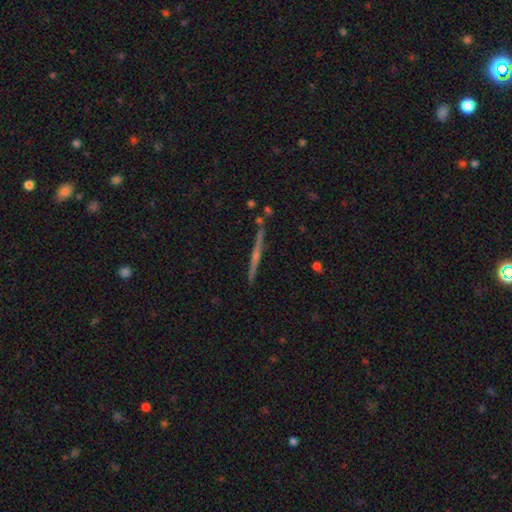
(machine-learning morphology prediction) smooth-or-featured: featured or disk: 73% | smooth: 18% | star or artifact: 8%
  disk-edge-on: yes: 98% | no: 2%
    edge-on-bulge: rounded: 56% | none: 36% | boxy: 8%
  merging: none: 89% | minor disturbance: 7% | merger: 3% | major disturbance: 2%